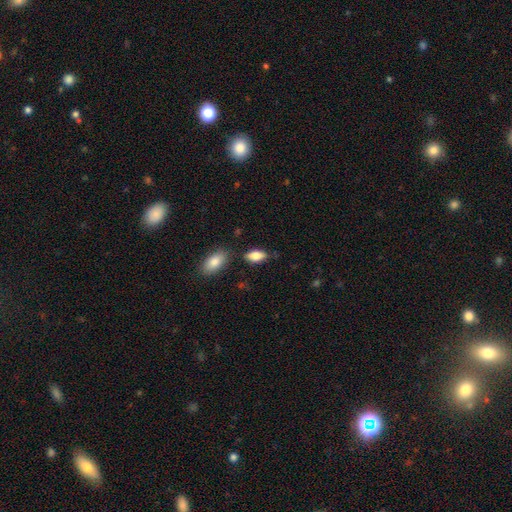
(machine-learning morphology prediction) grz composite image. It shows a smooth galaxy with no disk features (83%) that is in between round and cigar-shaped (90%). Merging: none (78%).